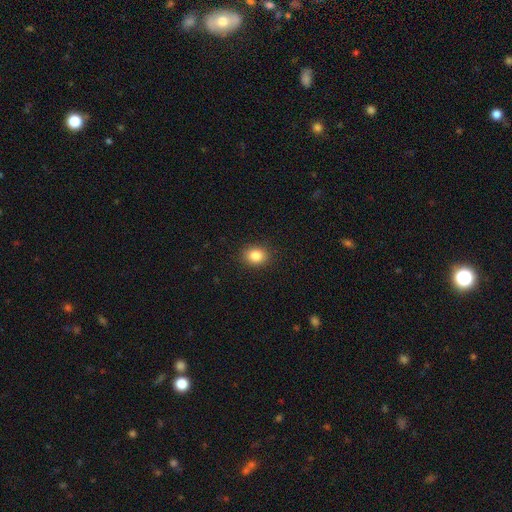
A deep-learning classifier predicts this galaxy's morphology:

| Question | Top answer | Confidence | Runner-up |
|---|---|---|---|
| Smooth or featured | smooth | 85% | star or artifact (10%) |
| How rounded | round | 56% | in between (43%) |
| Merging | none | 90% | minor disturbance (7%) |